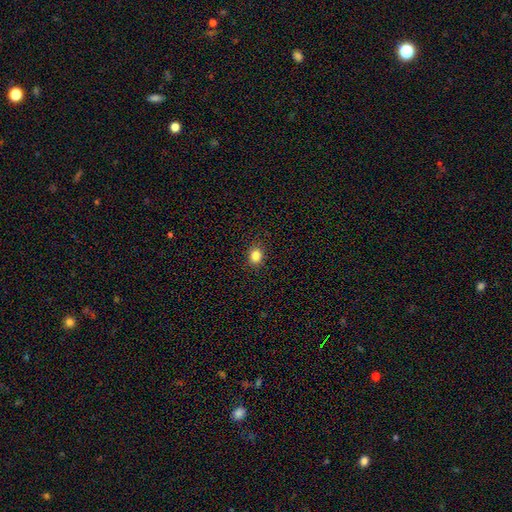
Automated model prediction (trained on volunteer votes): Q: Smooth or featured?
A: smooth (84%); runner-up: star or artifact (12%)
Q: How rounded?
A: round (59%); runner-up: in between (40%)
Q: Merging?
A: none (89%); runner-up: minor disturbance (8%)